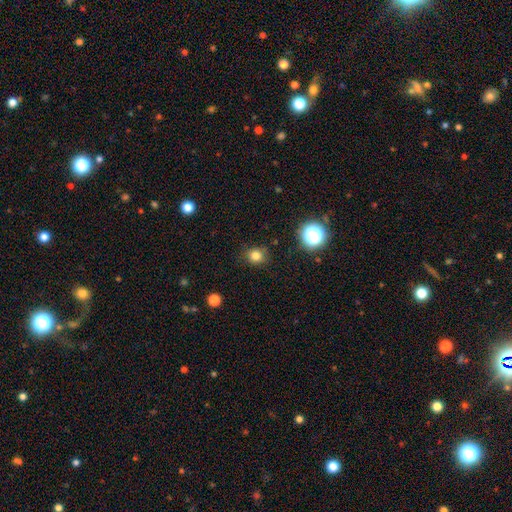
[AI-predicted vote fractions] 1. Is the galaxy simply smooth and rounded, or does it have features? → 80% smooth, 15% star or artifact, 5% featured or disk.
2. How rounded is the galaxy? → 78% round, 21% in between, 1% cigar-shaped.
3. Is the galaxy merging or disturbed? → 83% none, 12% minor disturbance, 3% major disturbance, 2% merger.